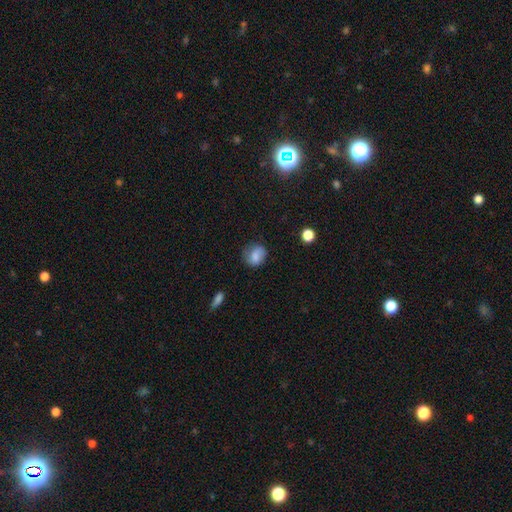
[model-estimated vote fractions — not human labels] The model was most divided on "how rounded": round: 62%, in between: 37%, cigar-shaped: 1%. More confident: smooth or featured — smooth (77%); merging — none (63%).